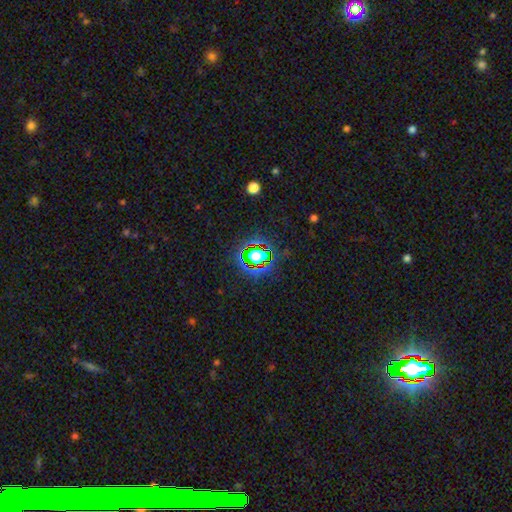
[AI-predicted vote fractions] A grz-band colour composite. It shows a star or artifact, not a galaxy (68%).